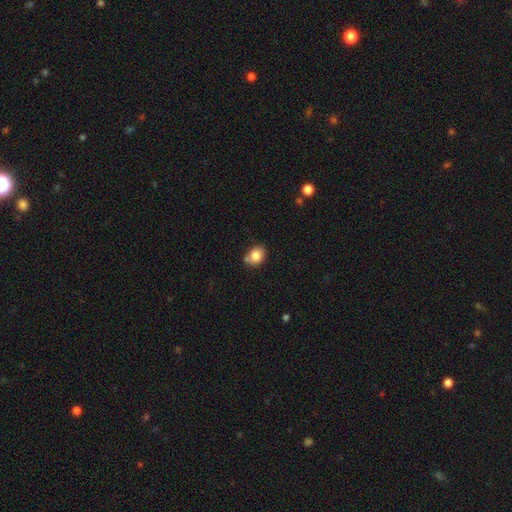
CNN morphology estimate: smooth-or-featured: smooth: 83% | star or artifact: 10% | featured or disk: 8%
  how-rounded: round: 57% | in between: 42% | cigar-shaped: 1%
  merging: none: 67% | minor disturbance: 17% | merger: 13% | major disturbance: 4%